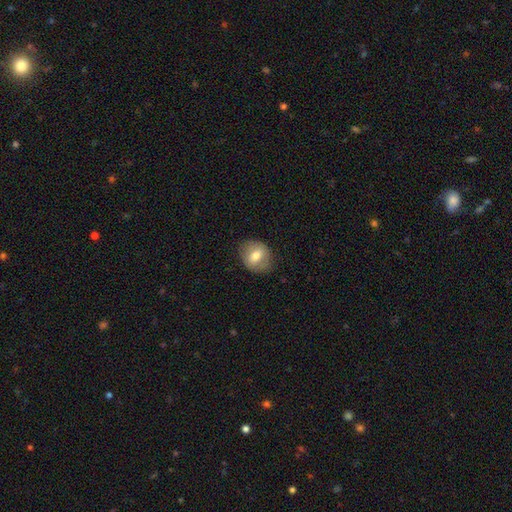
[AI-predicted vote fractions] Morphology: type=smooth (66%); roundness=round (57%); merging=none (79%).